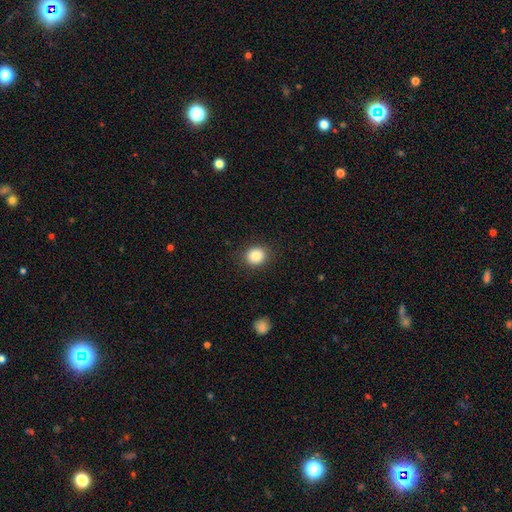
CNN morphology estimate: smooth-or-featured: smooth: 85% | star or artifact: 10% | featured or disk: 6%
  how-rounded: round: 81% | in between: 18% | cigar-shaped: 1%
  merging: none: 89% | minor disturbance: 7% | major disturbance: 3% | merger: 1%